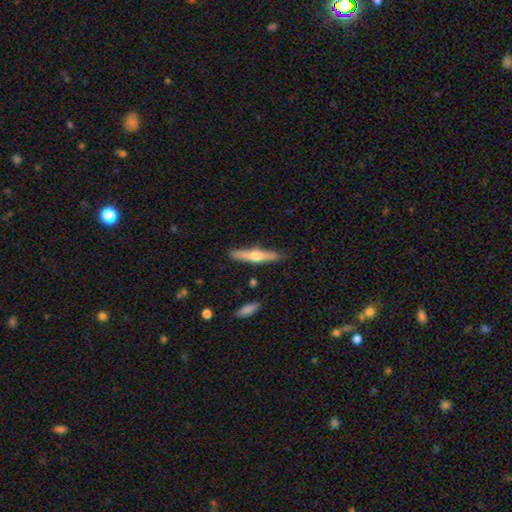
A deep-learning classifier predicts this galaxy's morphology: smooth-or-featured: featured or disk: 57% | smooth: 38% | star or artifact: 6%
  disk-edge-on: yes: 96% | no: 4%
    edge-on-bulge: rounded: 93% | none: 4% | boxy: 4%
  merging: none: 86% | minor disturbance: 10% | merger: 2% | major disturbance: 2%